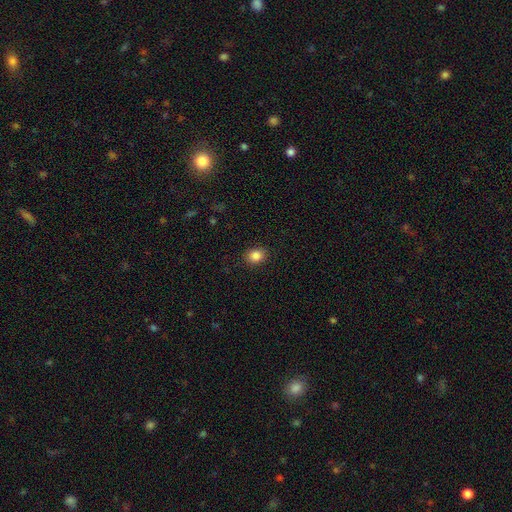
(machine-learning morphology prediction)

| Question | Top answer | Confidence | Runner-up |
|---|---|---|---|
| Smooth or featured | smooth | 86% | star or artifact (10%) |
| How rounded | round | 56% | in between (43%) |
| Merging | none | 88% | minor disturbance (8%) |